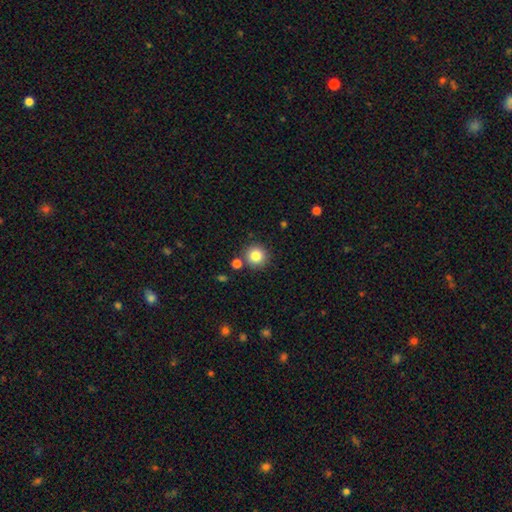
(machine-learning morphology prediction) Overall: smooth (84%). How rounded: round (94%). Merging: none (83%).